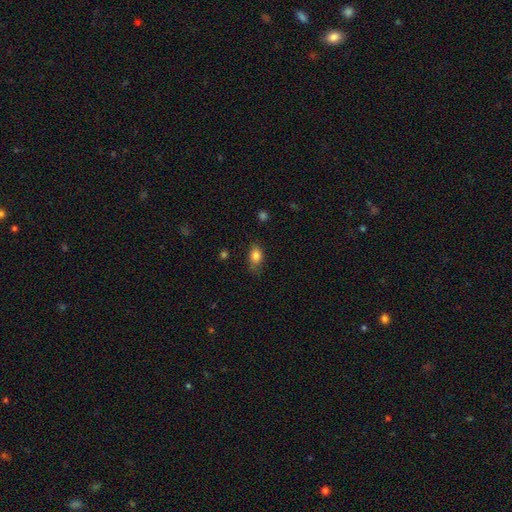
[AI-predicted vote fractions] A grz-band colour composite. It shows a smooth galaxy with no disk features (83%) that is in between round and cigar-shaped (81%). Merging: none (69%).